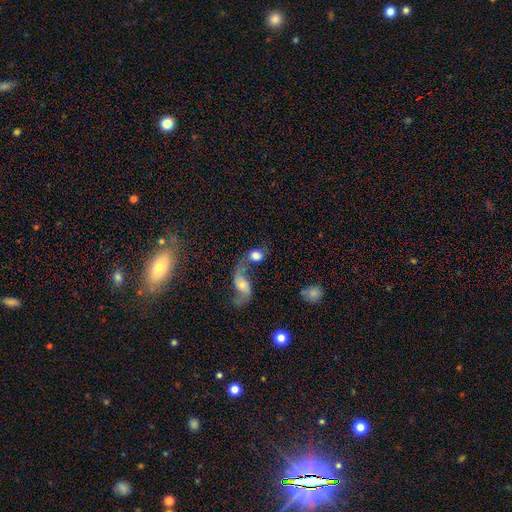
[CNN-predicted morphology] Smooth or featured? smooth (61%)
How rounded? round (51%)
Merging? merger (47%)